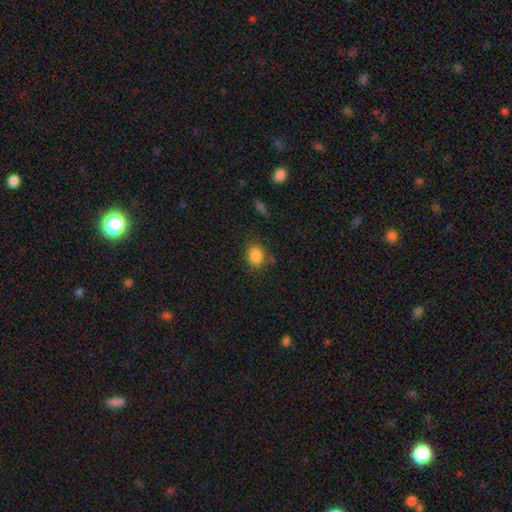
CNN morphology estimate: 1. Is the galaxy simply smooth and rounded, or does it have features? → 85% smooth, 10% star or artifact, 5% featured or disk.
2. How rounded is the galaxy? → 60% round, 39% in between, 1% cigar-shaped.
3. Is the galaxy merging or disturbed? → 76% none, 14% minor disturbance, 5% merger, 4% major disturbance.